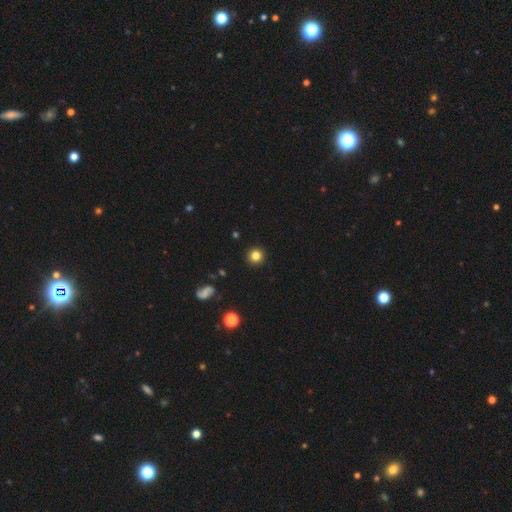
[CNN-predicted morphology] This appears to be a smooth galaxy with no disk features (82%) that is round (95%). Merging: none (92%).